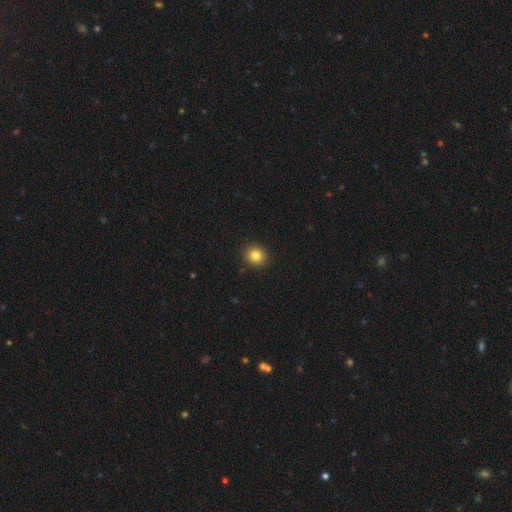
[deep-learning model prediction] Smooth or featured? smooth (83%)
How rounded? round (88%)
Merging? none (91%)